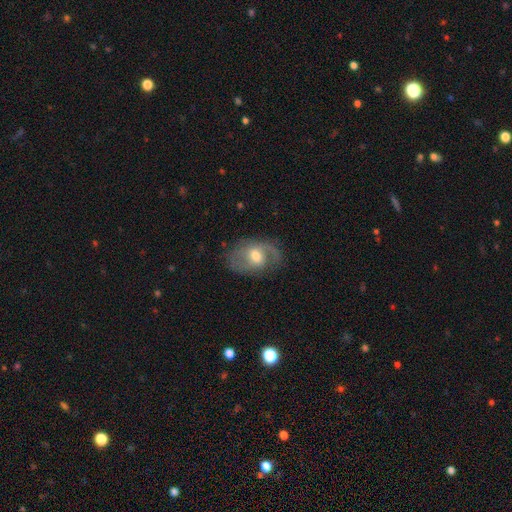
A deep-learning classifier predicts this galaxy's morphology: Overall: featured or disk (68%). Edge-on disk: no (95%). Bar: weak (48%; no 40%). Spiral arms: yes (83%). Spiral arm count: 2 (55%; 1 30%). Spiral winding: medium (43%; loose 35%). Bulge size: moderate (68%). Merging: none (61%; minor disturbance 23%).